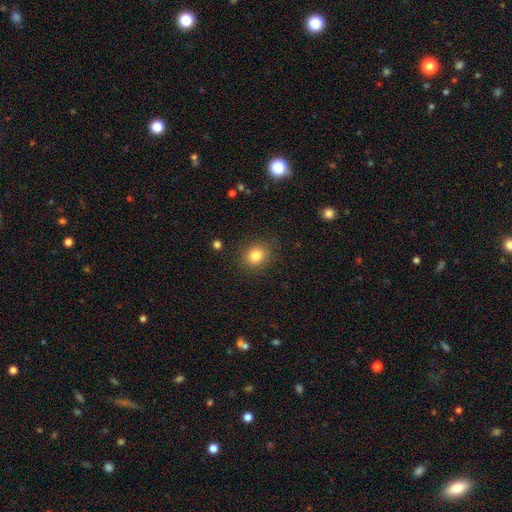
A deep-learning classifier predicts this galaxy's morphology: smooth 83%, star or artifact 11%, featured or disk 6%. Down the decision tree: how rounded — round (70%); merging — none (87%).